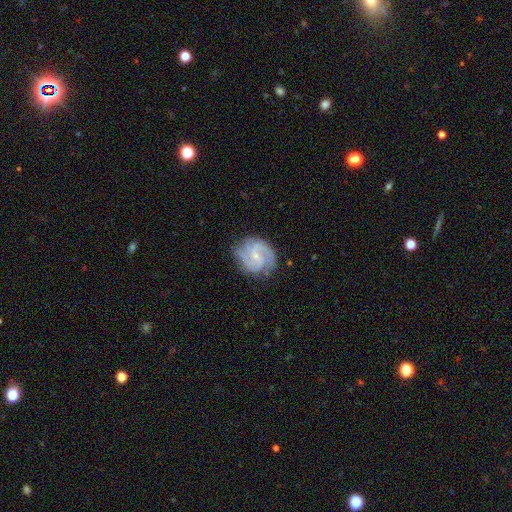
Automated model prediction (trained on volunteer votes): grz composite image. It shows a featured or disk galaxy (87%) with no bar (57%), 3 (38%) medium (46%) spiral arms (97%) and a small central bulge (76%). Merging: none (76%).